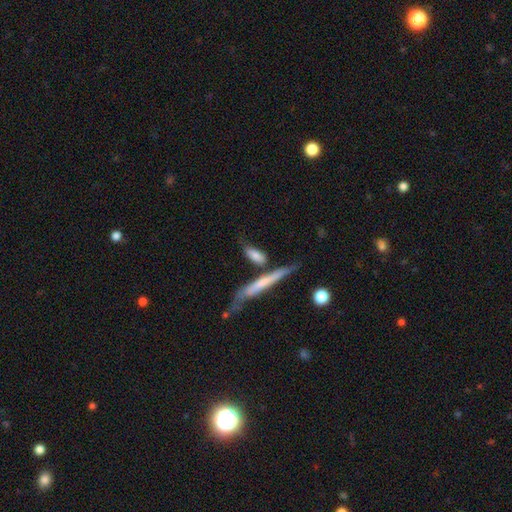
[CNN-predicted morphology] smooth_or_featured: smooth (p=0.71) [alt: featured or disk p=0.23]
how_rounded: cigar-shaped (p=0.51) [alt: in between p=0.45]
merging: none (p=0.52) [alt: merger p=0.21]